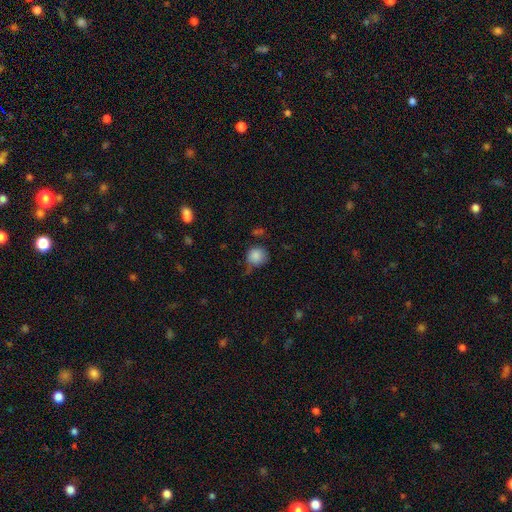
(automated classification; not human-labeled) This is clearly a smooth galaxy (85%). How rounded: clearly round (88%). Merging: possibly none (59%).